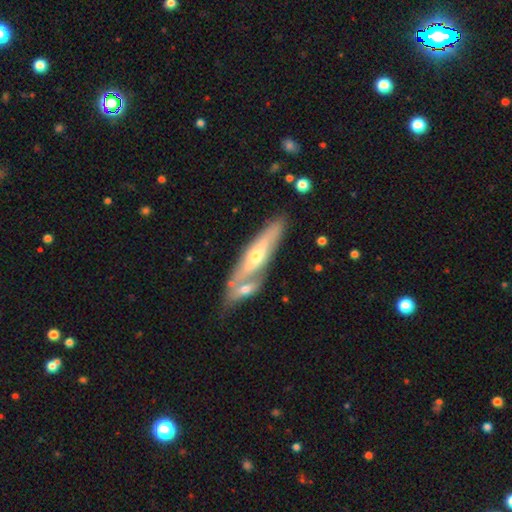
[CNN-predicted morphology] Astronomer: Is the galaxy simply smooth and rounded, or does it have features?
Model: featured or disk — 58% (runner-up: smooth, 36%).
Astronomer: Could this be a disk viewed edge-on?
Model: yes — 67%.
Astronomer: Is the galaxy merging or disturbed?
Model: none — 50% (runner-up: merger, 34%).